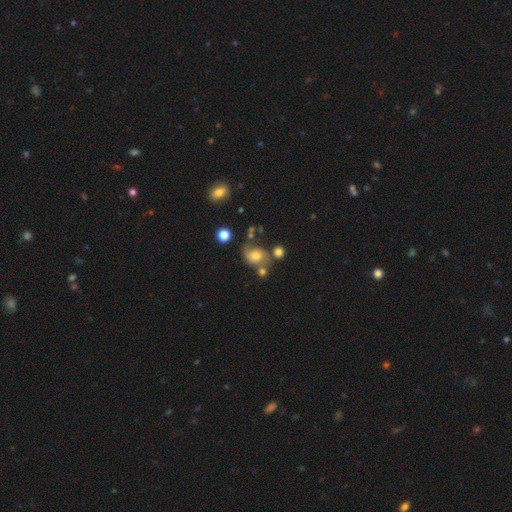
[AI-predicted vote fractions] Smooth or featured? Predicted: smooth (p=0.49). Merging? Predicted: none (p=0.51).